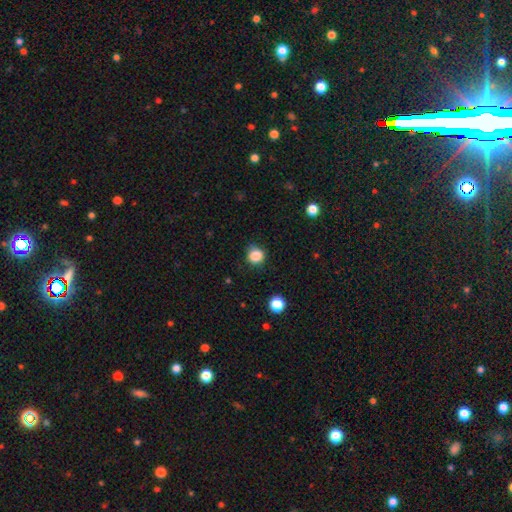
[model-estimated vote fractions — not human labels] Smooth or featured: smooth — 84% (star or artifact — 12%)
How rounded: round — 88% (in between — 11%)
Merging: none — 84% (minor disturbance — 12%)